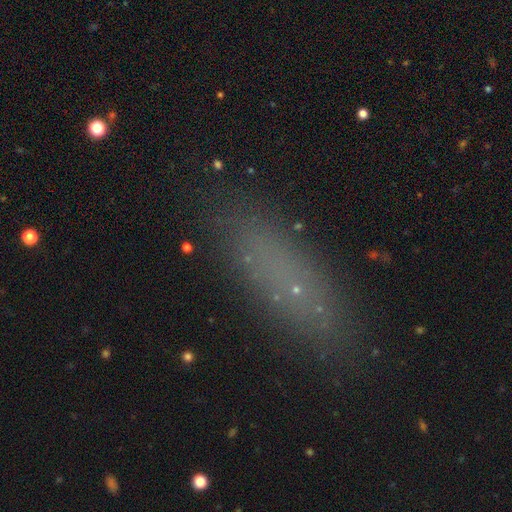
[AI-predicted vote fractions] Q: Smooth or featured?
A: smooth (55%); runner-up: featured or disk (22%)
Q: How rounded?
A: cigar-shaped (54%); runner-up: in between (41%)
Q: Merging?
A: none (82%); runner-up: minor disturbance (12%)